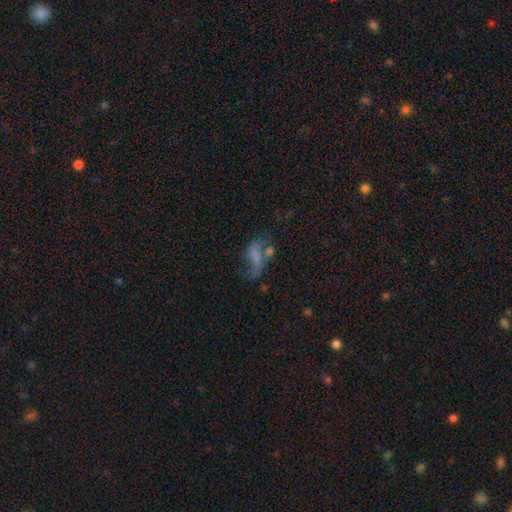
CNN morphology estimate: featured or disk 47%, smooth 38%, star or artifact 15%. Down the decision tree: merging — major disturbance (31%).